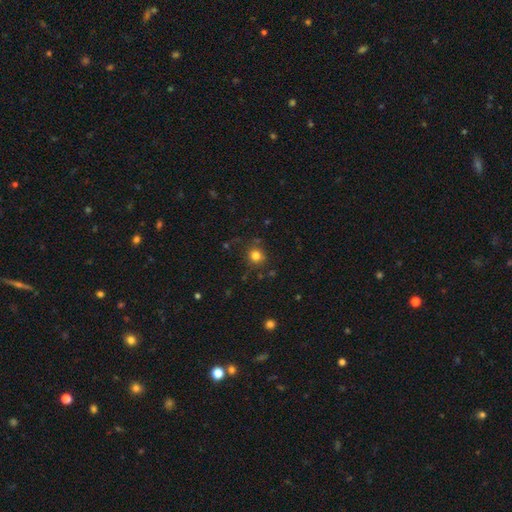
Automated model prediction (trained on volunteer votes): Overall: smooth (80%). How rounded: round (91%). Merging: none (83%).